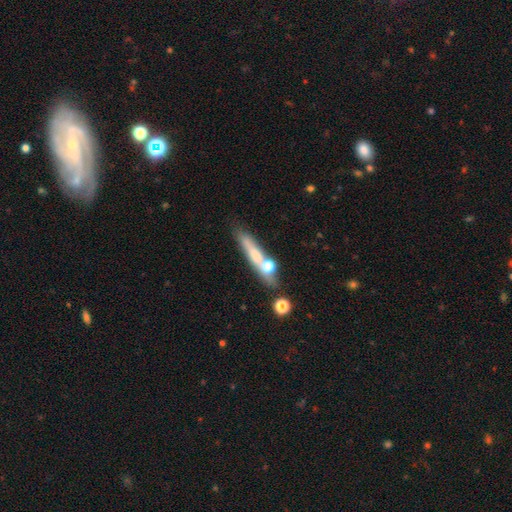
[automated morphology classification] smooth 53%, featured or disk 36%, star or artifact 10%. Down the decision tree: how rounded — cigar-shaped (76%); merging — none (58%).